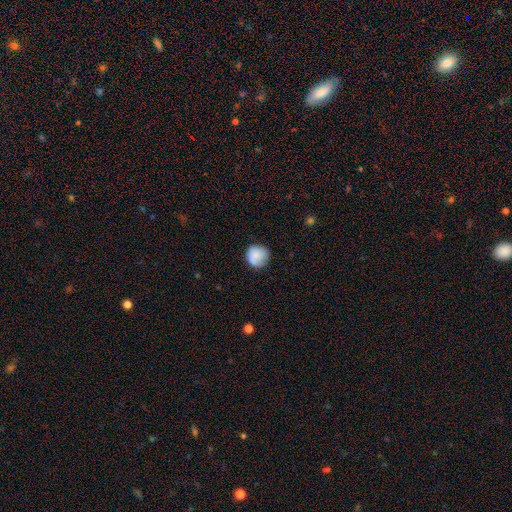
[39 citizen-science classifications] smooth-or-featured: smooth: 82% | featured or disk: 15% | star or artifact: 3%
  how-rounded: round: 97% | in between: 3% | cigar-shaped: 0%
  merging: none: 71% | minor disturbance: 24% | major disturbance: 5% | merger: 0%